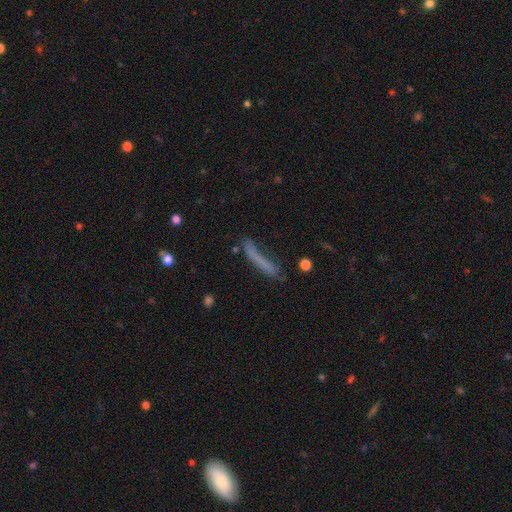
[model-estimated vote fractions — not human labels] smooth_or_featured: smooth (p=0.64) [alt: featured or disk p=0.25]
how_rounded: cigar-shaped (p=0.91) [alt: in between p=0.07]
merging: none (p=0.55) [alt: minor disturbance p=0.24]